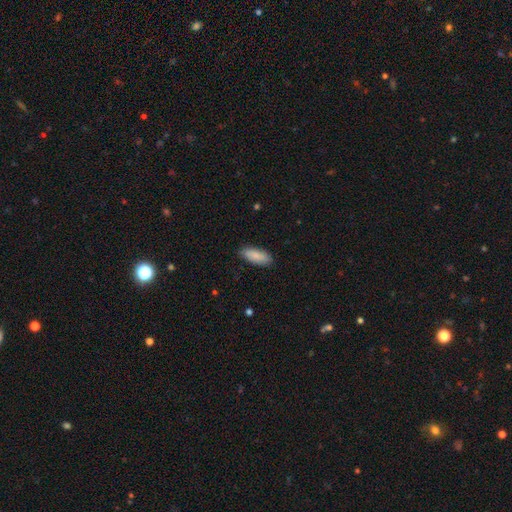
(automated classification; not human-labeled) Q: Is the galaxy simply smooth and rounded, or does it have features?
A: smooth — 86%.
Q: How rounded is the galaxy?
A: in between — 79%.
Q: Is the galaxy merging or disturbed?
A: none — 86%.